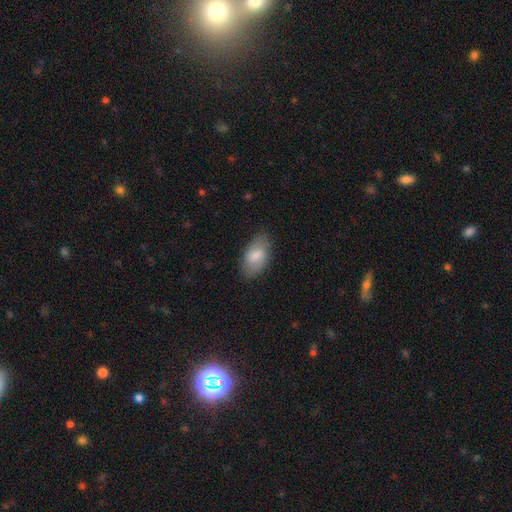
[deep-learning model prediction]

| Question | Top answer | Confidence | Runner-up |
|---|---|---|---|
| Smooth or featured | smooth | 65% | featured or disk (29%) |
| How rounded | in between | 93% | round (4%) |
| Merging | none | 81% | minor disturbance (15%) |